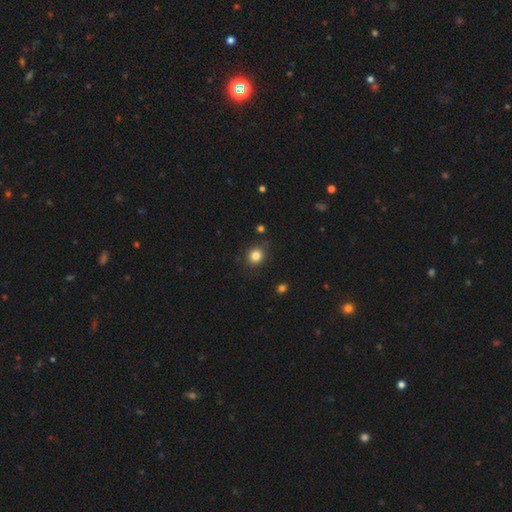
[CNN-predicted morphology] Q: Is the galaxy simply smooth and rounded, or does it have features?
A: smooth — 83%.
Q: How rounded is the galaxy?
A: round — 80%.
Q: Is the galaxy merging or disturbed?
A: none — 82%.